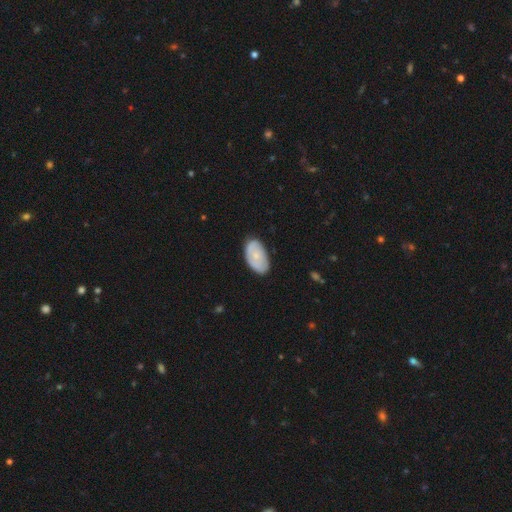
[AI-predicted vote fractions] Smooth or featured? Predicted: smooth (p=0.58). How rounded? Predicted: in between (p=0.93). Merging? Predicted: none (p=0.75).